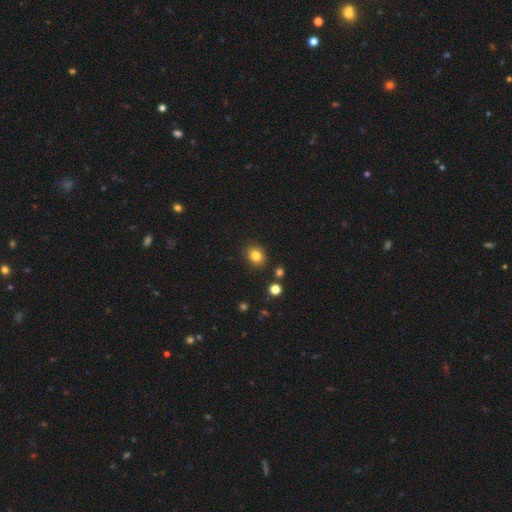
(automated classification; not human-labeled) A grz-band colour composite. It shows a smooth galaxy with no disk features (83%) that is round (64%). Merging: none (87%).